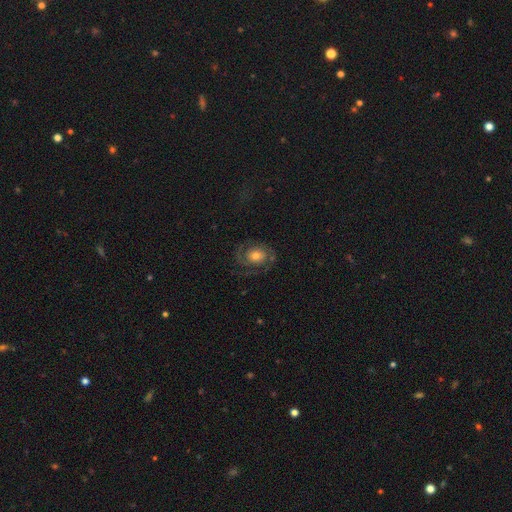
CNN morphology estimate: Smooth or featured? featured or disk (73%)
Edge-on disk? no (97%)
Bar? no (73%)
Spiral arms? yes (90%)
Spiral winding? medium (44%)
Spiral arm count? 2 (81%)
Bulge size? moderate (55%)
Merging? none (71%)